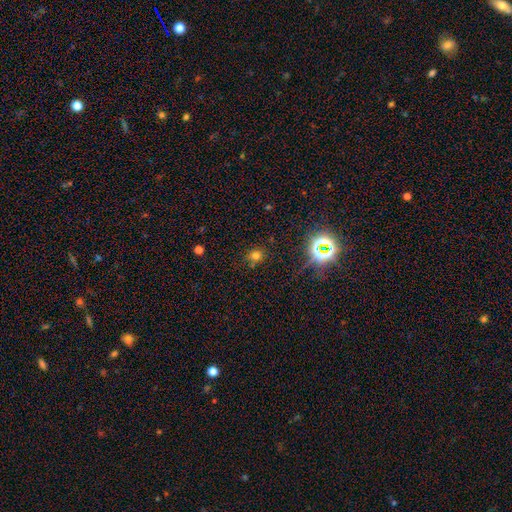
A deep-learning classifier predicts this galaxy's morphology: Smooth or featured?
  - smooth: 65% *
  - star or artifact: 27%
  - featured or disk: 8%
How rounded?
  - round: 76% *
  - in between: 23%
  - cigar-shaped: 1%
Merging?
  - none: 75% *
  - minor disturbance: 14%
  - merger: 6%
  - major disturbance: 5%